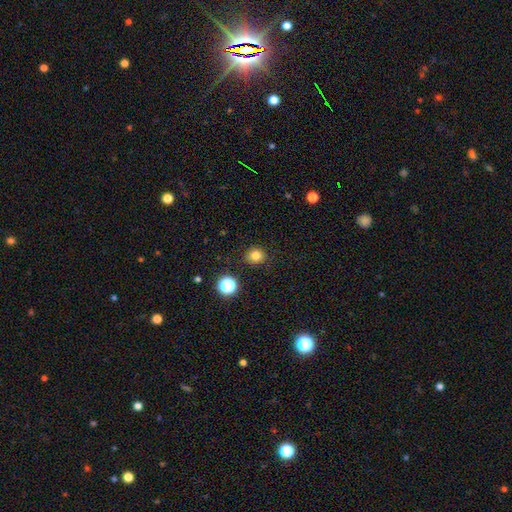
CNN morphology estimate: This is clearly a smooth galaxy (80%). How rounded: clearly round (85%). Merging: clearly none (87%).